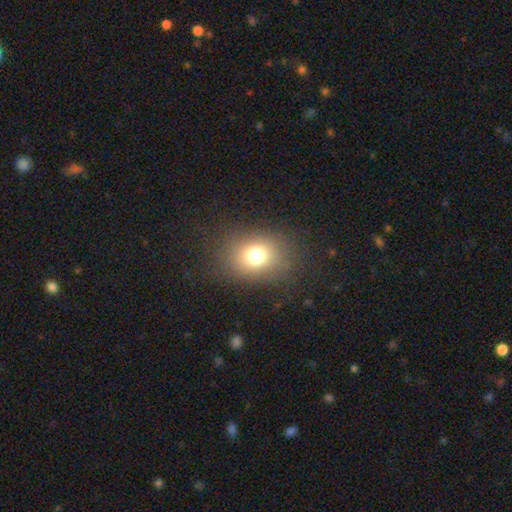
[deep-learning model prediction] smooth-or-featured: smooth: 75% | star or artifact: 15% | featured or disk: 10%
  how-rounded: in between: 50% | round: 49% | cigar-shaped: 1%
  merging: none: 83% | minor disturbance: 9% | major disturbance: 6% | merger: 1%